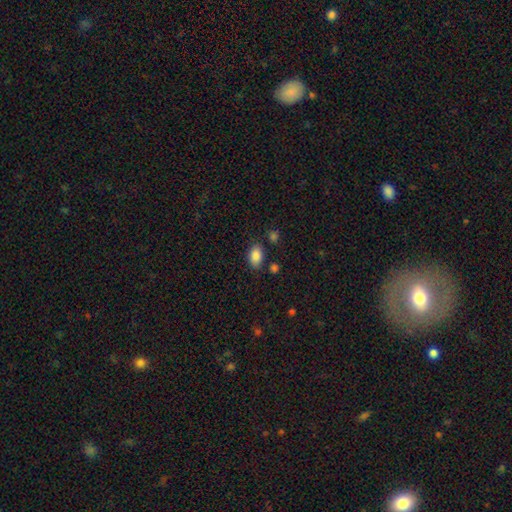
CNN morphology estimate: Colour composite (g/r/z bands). It shows a smooth galaxy with no disk features (87%) that is in between round and cigar-shaped (88%). Merging: none (79%).